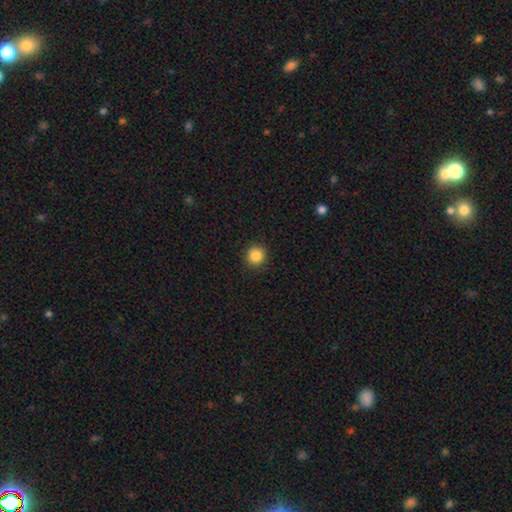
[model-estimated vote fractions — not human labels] Smooth or featured? Predicted: smooth (p=0.86). How rounded? Predicted: round (p=0.94). Merging? Predicted: none (p=0.92).